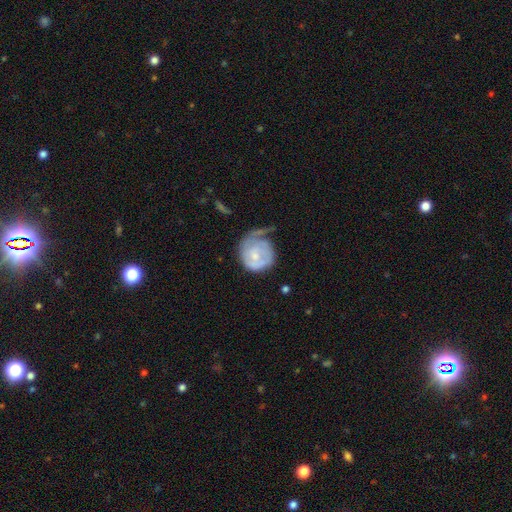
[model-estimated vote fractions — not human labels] Morphology: type=featured or disk (58%); edge-on=no (98%); bar=no (72%); spiral arms=yes (73%); bulge=small (53%); merging=major disturbance (36%).